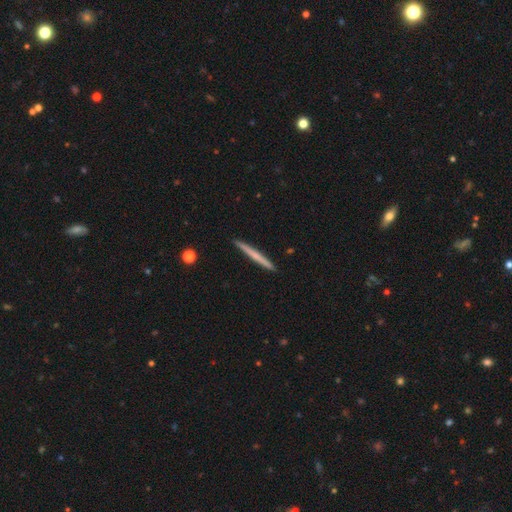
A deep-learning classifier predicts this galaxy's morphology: Q: Smooth or featured?
A: smooth (52%); runner-up: featured or disk (43%)
Q: How rounded?
A: cigar-shaped (97%); runner-up: in between (2%)
Q: Merging?
A: none (93%); runner-up: minor disturbance (5%)